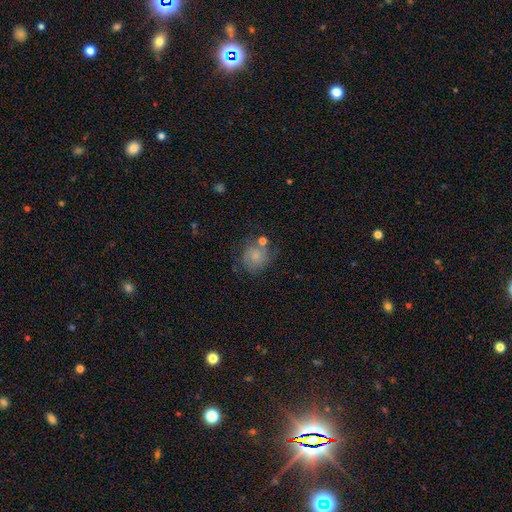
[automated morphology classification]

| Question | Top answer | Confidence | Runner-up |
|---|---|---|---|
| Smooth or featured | smooth | 52% | featured or disk (39%) |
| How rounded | round | 79% | in between (20%) |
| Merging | none | 53% | minor disturbance (22%) |